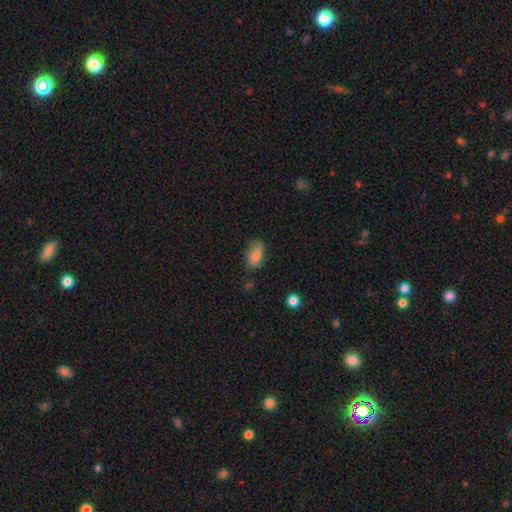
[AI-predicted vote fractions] Smooth or featured: smooth — 75% (featured or disk — 16%)
How rounded: in between — 87% (round — 10%)
Merging: none — 58% (minor disturbance — 30%)